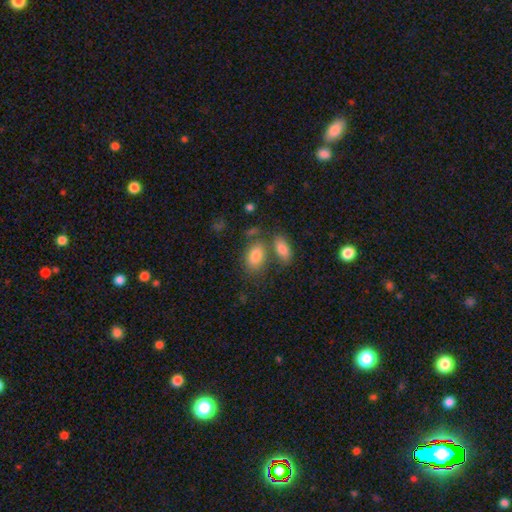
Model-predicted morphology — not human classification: This is clearly a smooth galaxy (83%). How rounded: clearly in between (89%). Merging: possibly none (52%).